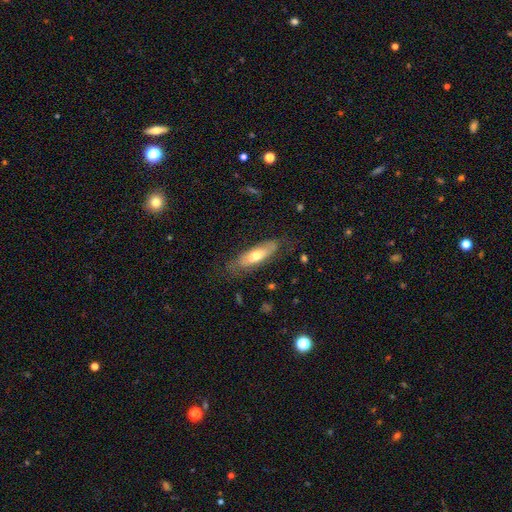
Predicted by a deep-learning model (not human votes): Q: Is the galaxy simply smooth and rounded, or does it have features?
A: smooth — 59%.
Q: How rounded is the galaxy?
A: in between — 54%.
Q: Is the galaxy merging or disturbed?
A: none — 74%.